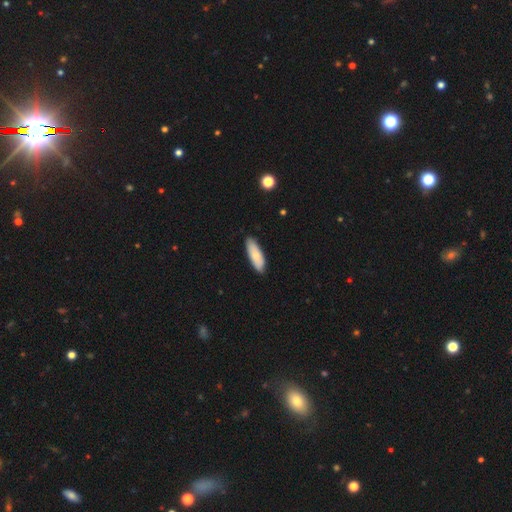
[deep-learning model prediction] smooth-or-featured: smooth: 79% | featured or disk: 15% | star or artifact: 5%
  how-rounded: in between: 62% | cigar-shaped: 36% | round: 2%
  merging: none: 85% | minor disturbance: 12% | major disturbance: 2% | merger: 1%